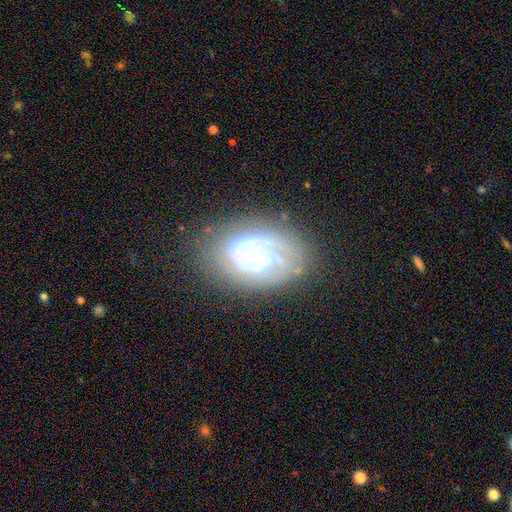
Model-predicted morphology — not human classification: This is likely a featured or disk galaxy (76%). It is clearly not viewed edge-on (97%). Bar: likely no (60%). Spiral arm pattern: clearly yes (82%). Spiral arm count: marginally 2 (33%). Spiral winding: possibly tight (58%). Central bulge: marginally small (44%). Merging: likely none (67%).